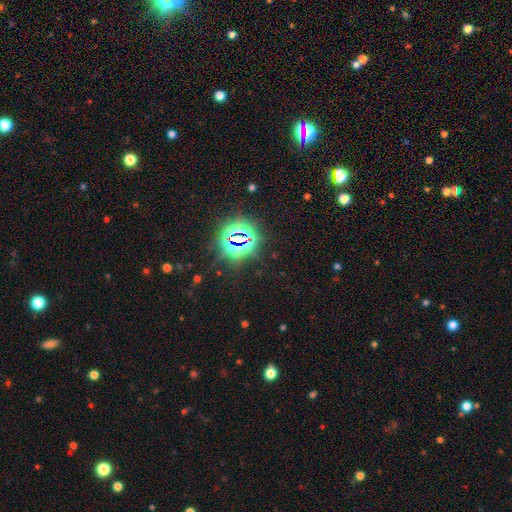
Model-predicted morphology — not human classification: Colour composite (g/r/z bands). It shows a star or artifact, not a galaxy (83%).